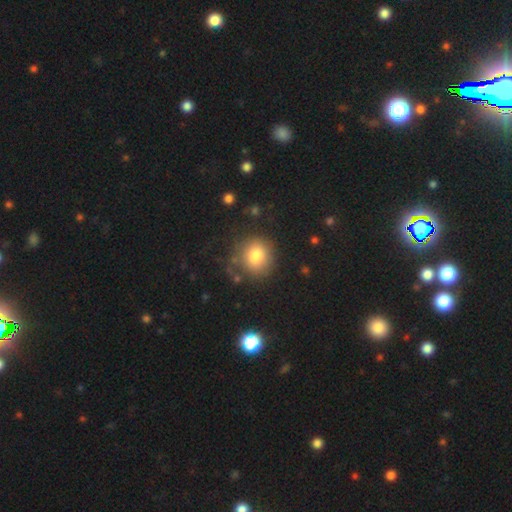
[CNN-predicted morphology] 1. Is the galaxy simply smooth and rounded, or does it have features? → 80% smooth, 11% star or artifact, 10% featured or disk.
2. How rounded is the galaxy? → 83% round, 16% in between, 1% cigar-shaped.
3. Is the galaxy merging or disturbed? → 77% none, 14% minor disturbance, 6% major disturbance, 3% merger.